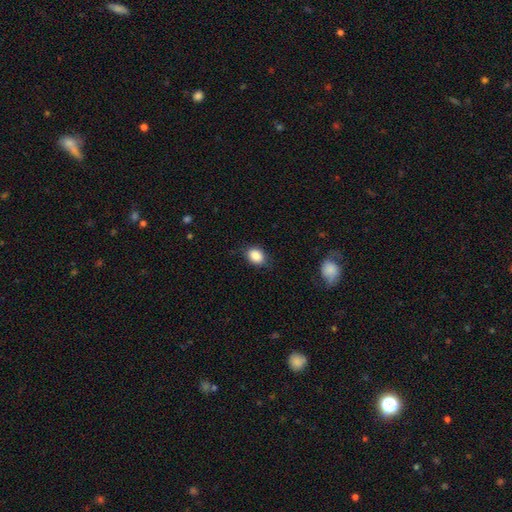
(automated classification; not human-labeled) A smooth galaxy with no disk features (87%) that is in between round and cigar-shaped (65%).

Vote fractions:
- Smooth or featured? smooth: 87% / star or artifact: 8% / featured or disk: 4%
- How rounded? in between: 65% / round: 34% / cigar-shaped: 1%
- Merging? none: 78% / minor disturbance: 17% / major disturbance: 4% / merger: 1%